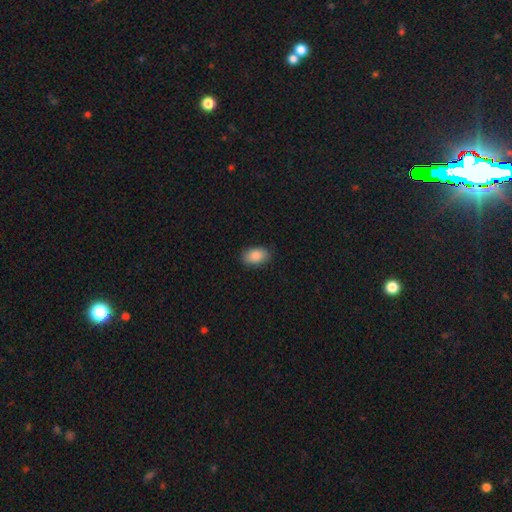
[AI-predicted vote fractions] Overall: smooth (88%). How rounded: in between (90%). Merging: none (86%).